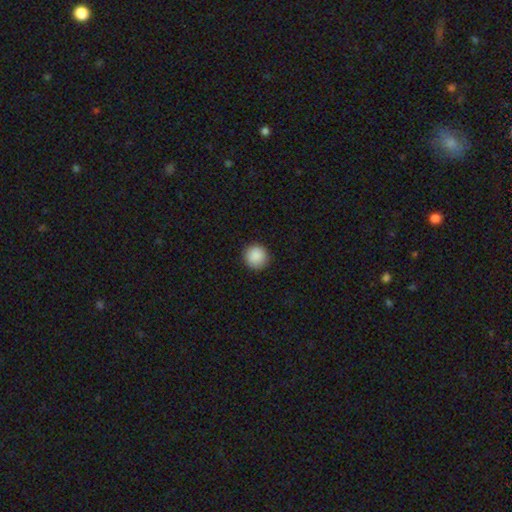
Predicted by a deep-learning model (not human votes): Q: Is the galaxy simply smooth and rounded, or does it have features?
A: smooth — 89%.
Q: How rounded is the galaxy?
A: round — 95%.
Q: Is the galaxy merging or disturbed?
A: none — 91%.